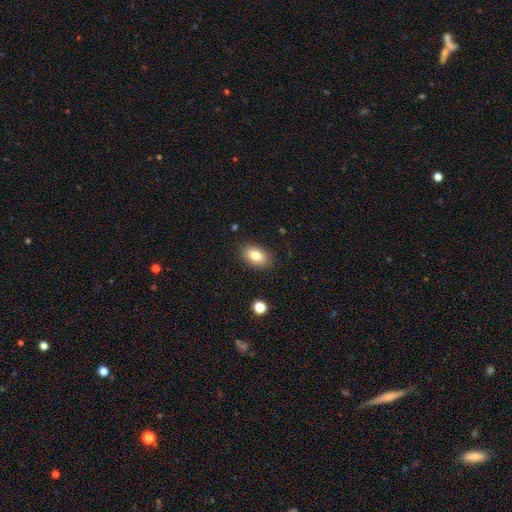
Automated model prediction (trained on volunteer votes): Smooth or featured?
  - smooth: 81% *
  - featured or disk: 11%
  - star or artifact: 9%
How rounded?
  - in between: 88% *
  - round: 10%
  - cigar-shaped: 1%
Merging?
  - none: 87% *
  - minor disturbance: 10%
  - major disturbance: 2%
  - merger: 1%